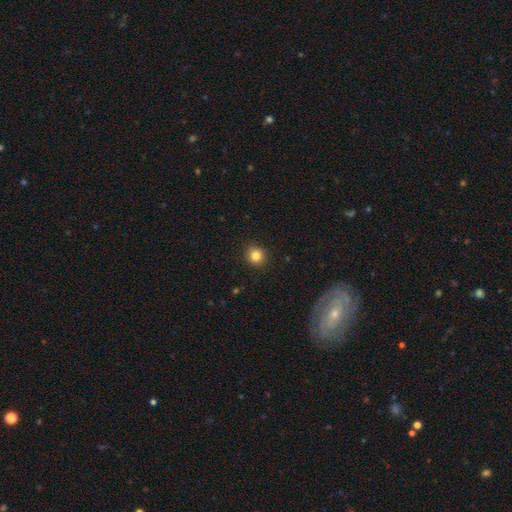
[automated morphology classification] type=smooth (83%); roundness=round (91%); merging=none (91%).